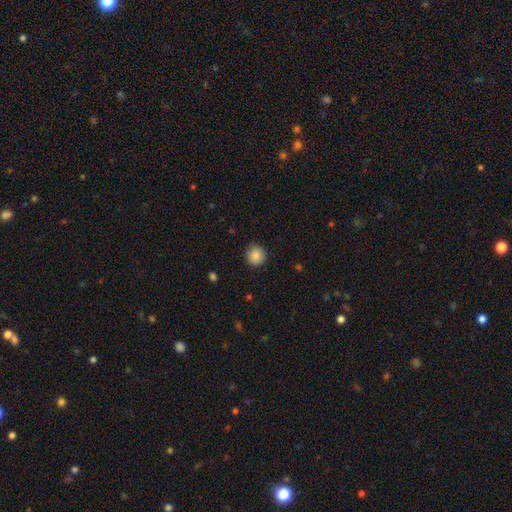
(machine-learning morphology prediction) Smooth or featured? Predicted: smooth (p=0.87). How rounded? Predicted: round (p=0.94). Merging? Predicted: none (p=0.89).